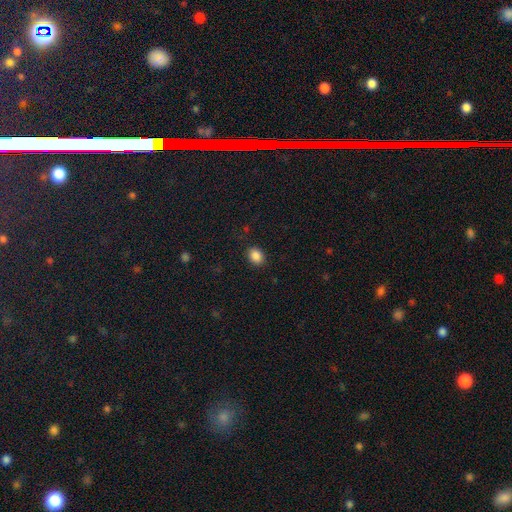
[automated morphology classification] Smooth or featured: smooth — 87% (star or artifact — 9%)
How rounded: in between — 53% (round — 47%)
Merging: none — 89% (minor disturbance — 8%)